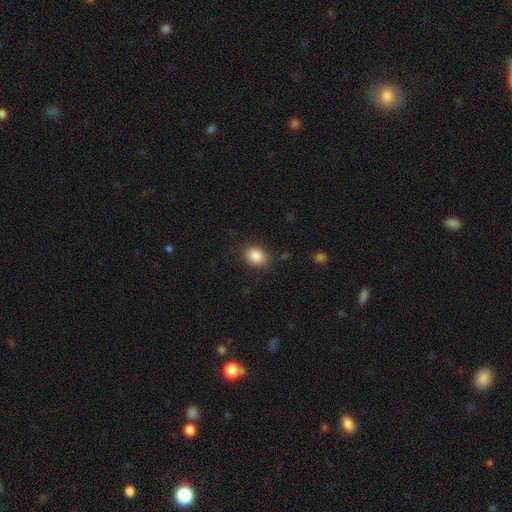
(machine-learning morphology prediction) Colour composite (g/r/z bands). It shows a smooth galaxy with no disk features (87%) that is in between round and cigar-shaped (57%). Merging: none (83%).